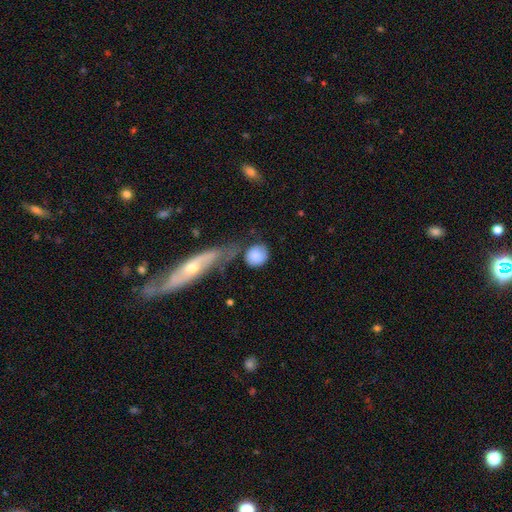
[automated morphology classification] This is likely a smooth galaxy (79%). How rounded: likely round (77%). Merging: possibly none (48%).